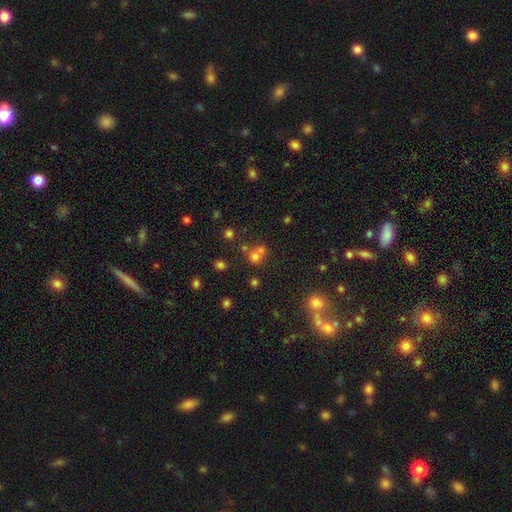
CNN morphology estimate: type=smooth (64%); roundness=round (85%); merging=none (48%).